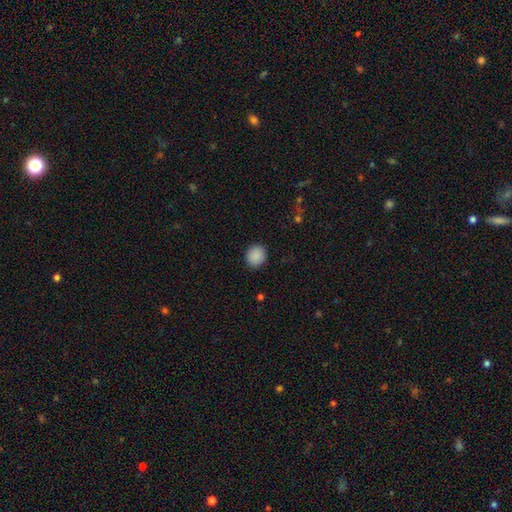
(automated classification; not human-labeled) Smooth or featured? Predicted: smooth (p=0.89). How rounded? Predicted: round (p=0.80). Merging? Predicted: none (p=0.90).